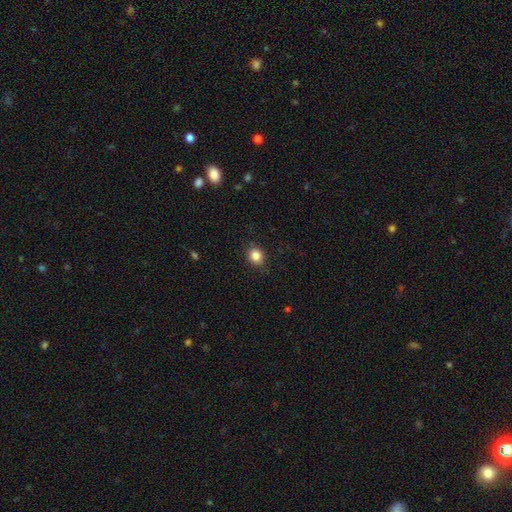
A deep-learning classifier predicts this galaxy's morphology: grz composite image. It shows a smooth galaxy with no disk features (84%) that is round (72%). Merging: none (85%).